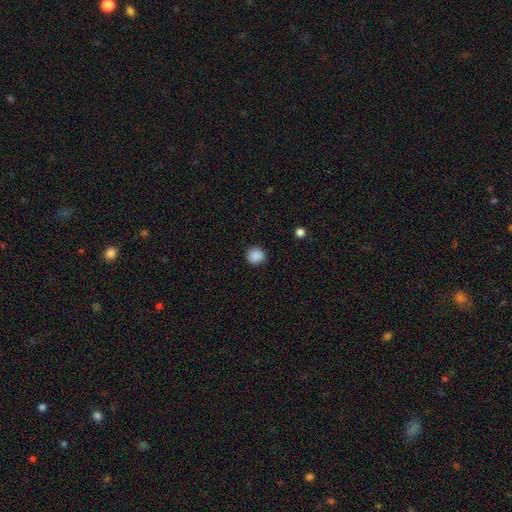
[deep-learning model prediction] This appears to be a smooth galaxy with no disk features (88%) that is round (89%). Merging: none (89%).